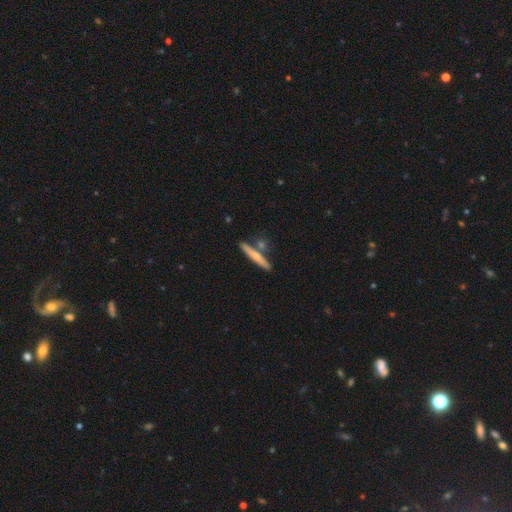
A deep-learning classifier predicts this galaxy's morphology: type=smooth (54%); roundness=cigar-shaped (92%); merging=none (78%).